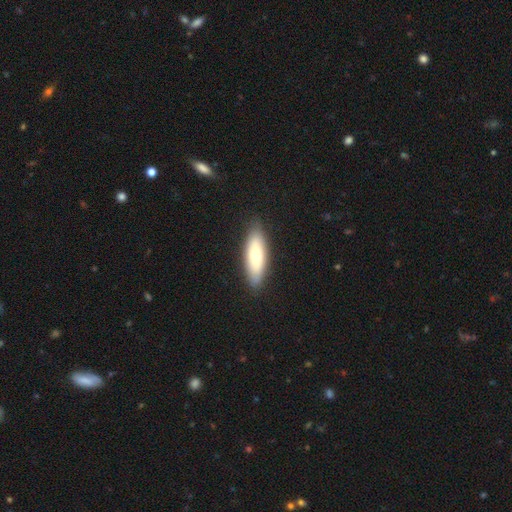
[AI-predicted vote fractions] Smooth or featured? Predicted: smooth (p=0.66). How rounded? Predicted: in between (p=0.58). Merging? Predicted: none (p=0.86).